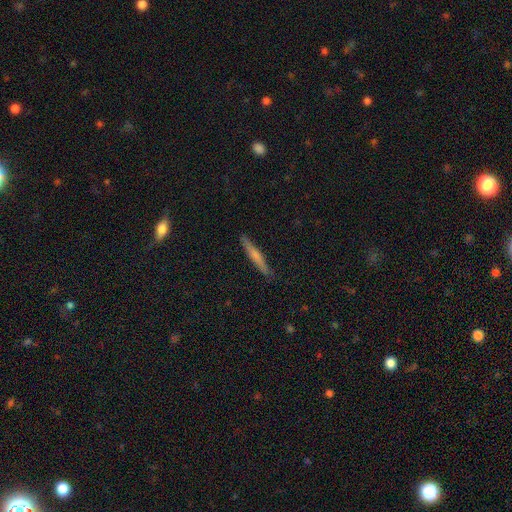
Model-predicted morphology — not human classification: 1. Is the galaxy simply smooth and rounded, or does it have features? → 55% smooth, 39% featured or disk, 6% star or artifact.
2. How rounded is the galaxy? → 95% cigar-shaped, 4% in between, 2% round.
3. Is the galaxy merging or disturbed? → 87% none, 10% minor disturbance, 2% major disturbance, 1% merger.